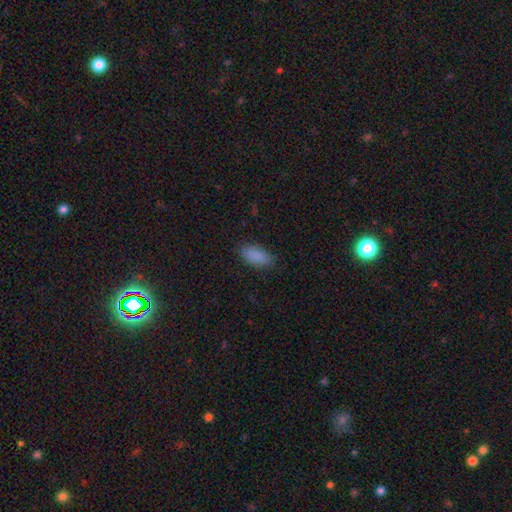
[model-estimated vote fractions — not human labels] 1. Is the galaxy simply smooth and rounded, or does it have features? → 88% smooth, 8% star or artifact, 4% featured or disk.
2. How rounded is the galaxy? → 92% in between, 6% cigar-shaped, 2% round.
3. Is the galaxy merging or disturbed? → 85% none, 12% minor disturbance, 3% major disturbance, 1% merger.